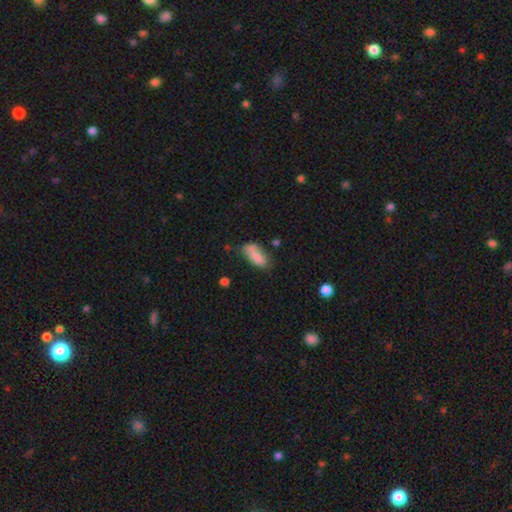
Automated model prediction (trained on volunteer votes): A smooth galaxy with no disk features (79%) that is in between round and cigar-shaped (80%). Merging: none (50%).